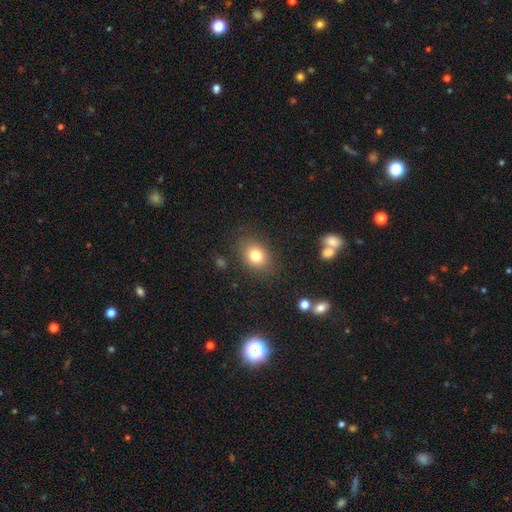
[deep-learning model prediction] smooth 79%, star or artifact 11%, featured or disk 10%. Down the decision tree: how rounded — in between (60%); merging — none (83%).